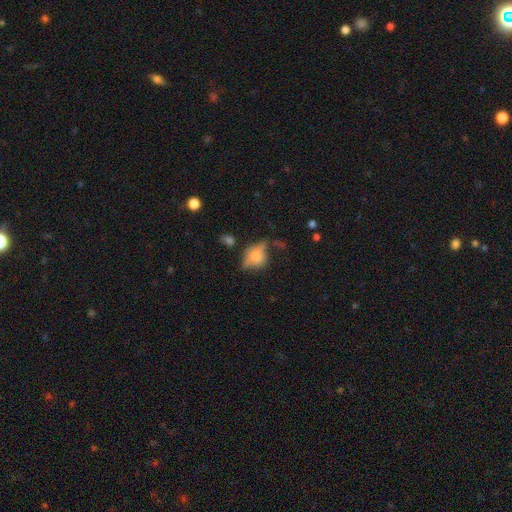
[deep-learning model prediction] Q: Smooth or featured?
A: smooth (54%); runner-up: featured or disk (34%)
Q: How rounded?
A: in between (54%); runner-up: round (41%)
Q: Merging?
A: none (47%); runner-up: minor disturbance (28%)